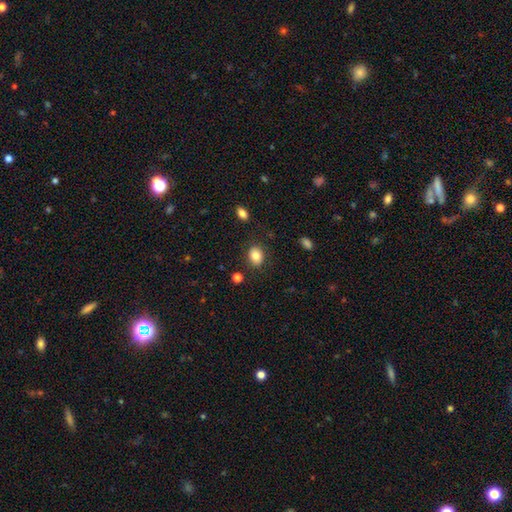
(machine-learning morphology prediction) Overall: smooth (82%). How rounded: in between (56%; round 43%). Merging: none (84%).